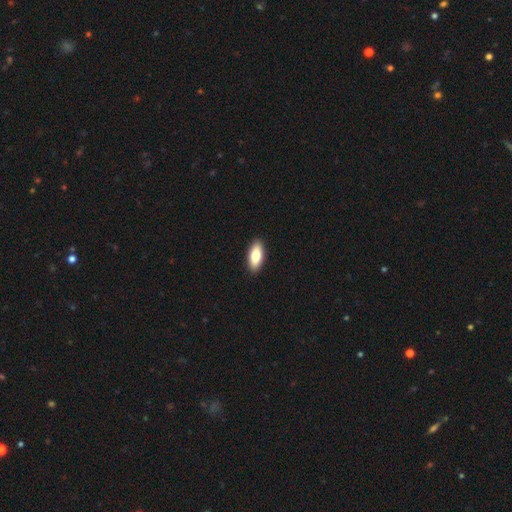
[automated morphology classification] Smooth or featured? smooth (79%)
How rounded? in between (83%)
Merging? none (91%)